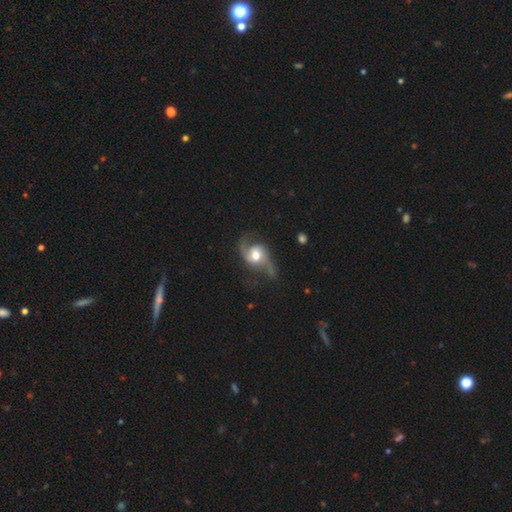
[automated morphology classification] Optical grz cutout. It shows a featured or disk galaxy (82%) with no bar (59%), 2 (91%) loose (66%) spiral arms (95%) and a moderate central bulge (60%). Merging: none (62%).